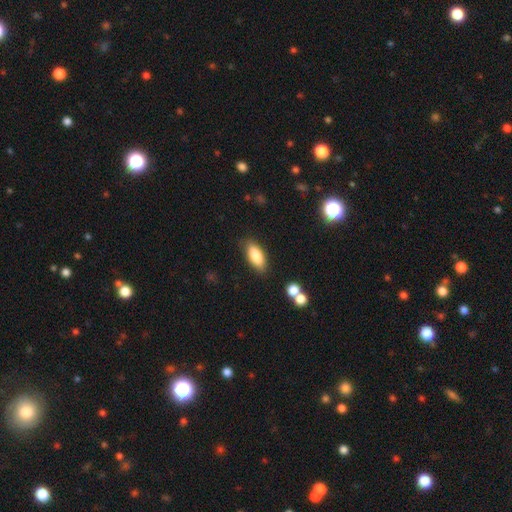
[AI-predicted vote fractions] Smooth or featured? smooth (85%)
How rounded? in between (82%)
Merging? none (83%)